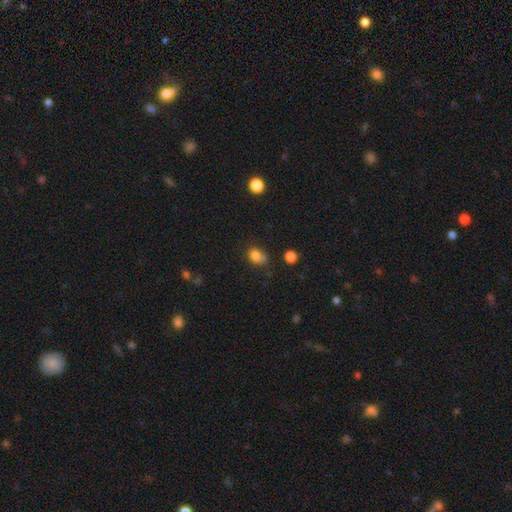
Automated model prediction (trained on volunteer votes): Smooth or featured?
  - smooth: 81% *
  - star or artifact: 12%
  - featured or disk: 7%
How rounded?
  - in between: 60% *
  - round: 39%
  - cigar-shaped: 1%
Merging?
  - none: 48% *
  - minor disturbance: 31%
  - merger: 11%
  - major disturbance: 10%